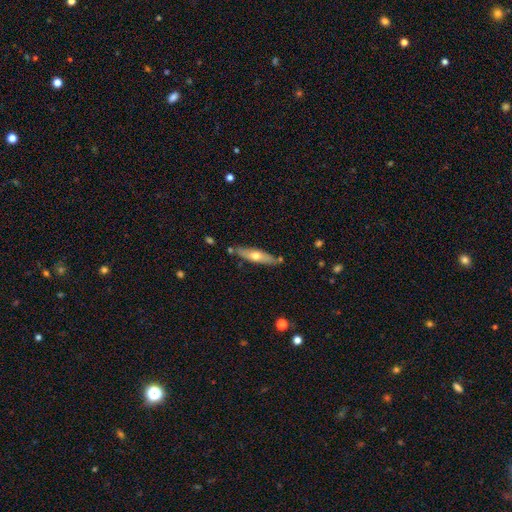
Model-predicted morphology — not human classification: Smooth or featured: smooth — 50% (featured or disk — 44%)
How rounded: cigar-shaped — 71% (in between — 27%)
Merging: none — 77% (minor disturbance — 14%)